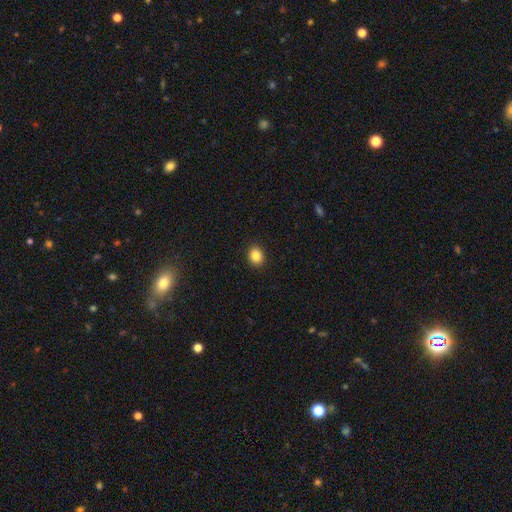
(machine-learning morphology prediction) The model was most divided on "how rounded": round: 64%, in between: 35%, cigar-shaped: 1%. More confident: merging — none (92%); smooth or featured — smooth (85%).